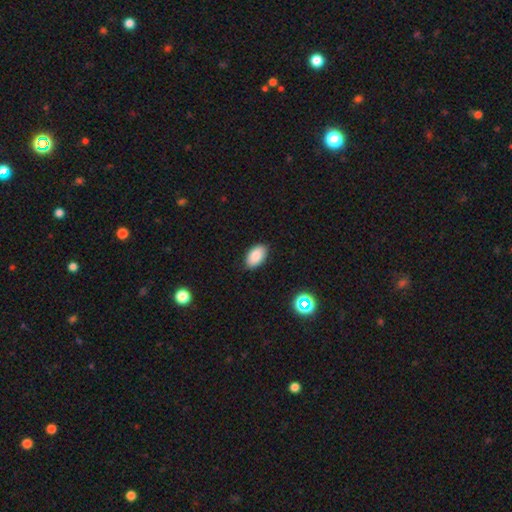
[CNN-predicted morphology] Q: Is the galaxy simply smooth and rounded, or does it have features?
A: smooth — 84%.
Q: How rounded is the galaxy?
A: in between — 93%.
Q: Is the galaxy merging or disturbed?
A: none — 86%.